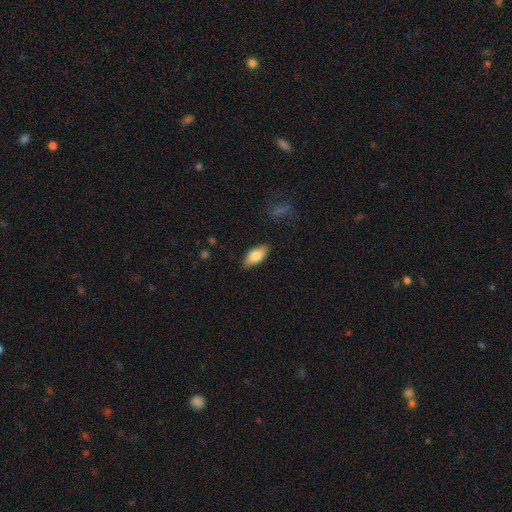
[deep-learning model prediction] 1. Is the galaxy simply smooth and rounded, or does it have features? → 79% smooth, 15% featured or disk, 6% star or artifact.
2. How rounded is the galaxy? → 85% in between, 12% cigar-shaped, 3% round.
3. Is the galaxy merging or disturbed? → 86% none, 11% minor disturbance, 2% major disturbance, 1% merger.